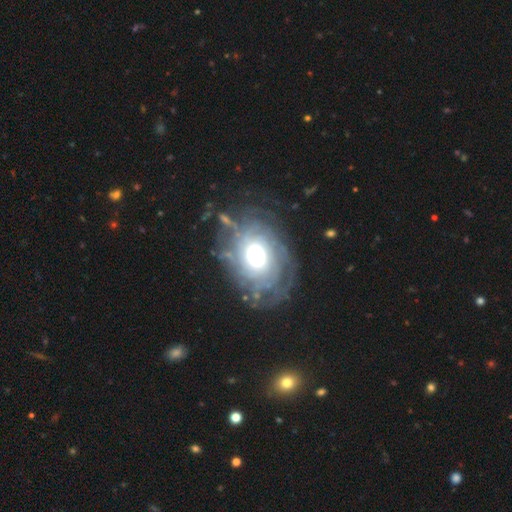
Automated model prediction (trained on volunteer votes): This is likely a featured or disk galaxy (79%). It is clearly not viewed edge-on (96%). Bar: likely no (79%). Spiral arm pattern: clearly yes (88%). Spiral arm count: possibly can't tell (46%). Spiral winding: likely tight (70%). Central bulge: possibly moderate (46%). Merging: likely none (67%).